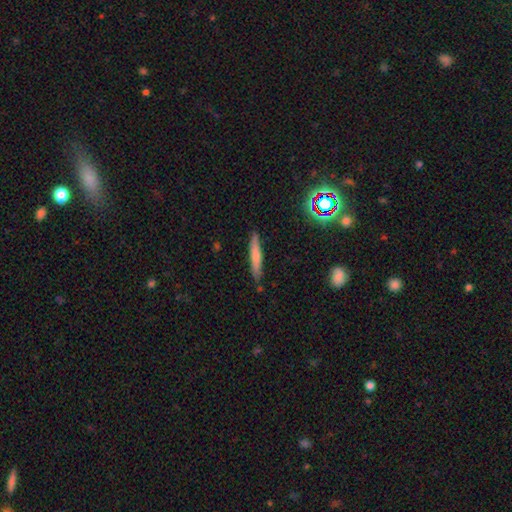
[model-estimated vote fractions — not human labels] Q: Smooth or featured?
A: smooth (64%); runner-up: featured or disk (28%)
Q: How rounded?
A: cigar-shaped (92%); runner-up: in between (6%)
Q: Merging?
A: none (85%); runner-up: minor disturbance (11%)